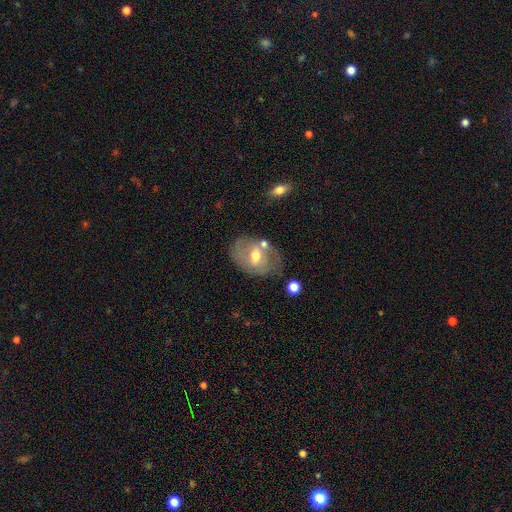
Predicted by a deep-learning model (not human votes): This appears to be a featured or disk galaxy (55%) with a weak bar (44%), no spiral arms (56%) and a moderate central bulge (75%). Merging: none (62%).